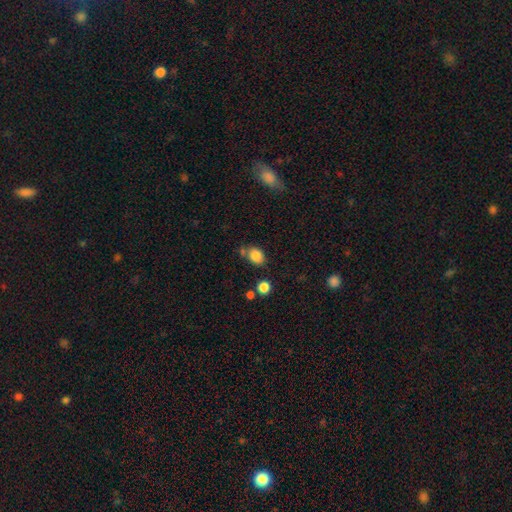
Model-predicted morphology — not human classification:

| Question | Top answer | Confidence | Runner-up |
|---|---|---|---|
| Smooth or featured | smooth | 84% | star or artifact (10%) |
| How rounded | in between | 61% | round (38%) |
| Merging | none | 65% | minor disturbance (17%) |